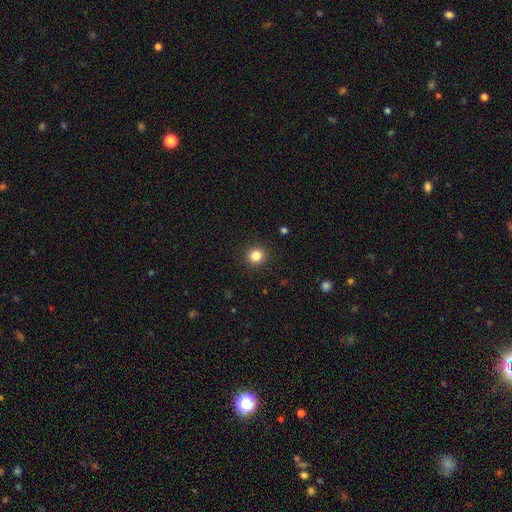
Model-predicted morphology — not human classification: Q: Smooth or featured?
A: smooth (83%); runner-up: star or artifact (12%)
Q: How rounded?
A: round (93%); runner-up: in between (6%)
Q: Merging?
A: none (92%); runner-up: minor disturbance (5%)